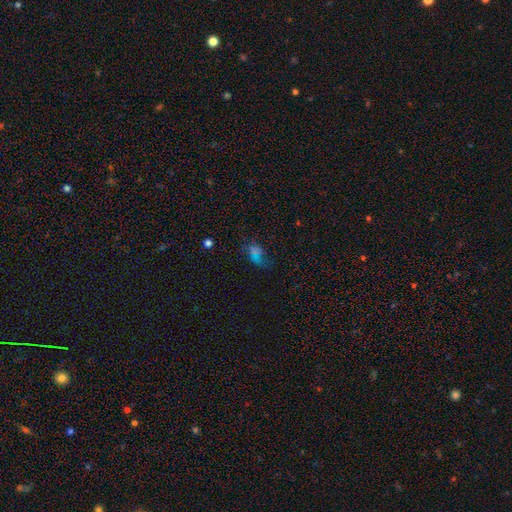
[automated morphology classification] A smooth galaxy with no disk features (53%) that is in between round and cigar-shaped (78%).

Vote fractions:
- Smooth or featured? smooth: 53% / star or artifact: 23% / featured or disk: 23%
- How rounded? in between: 78% / round: 18% / cigar-shaped: 4%
- Merging? none: 36% / major disturbance: 32% / minor disturbance: 24% / merger: 8%